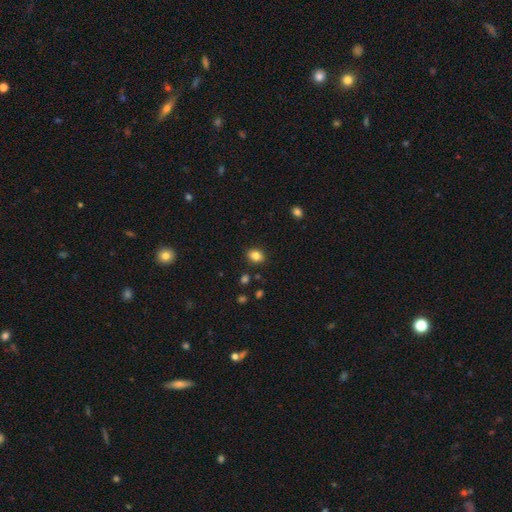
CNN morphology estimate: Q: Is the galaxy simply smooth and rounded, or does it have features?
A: smooth — 84%.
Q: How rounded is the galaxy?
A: in between — 59%.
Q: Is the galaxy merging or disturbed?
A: none — 87%.